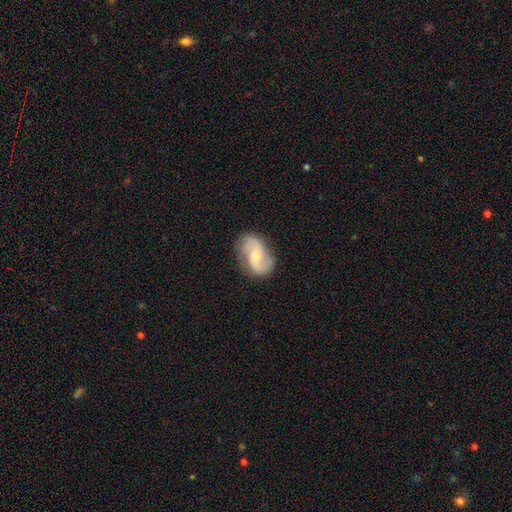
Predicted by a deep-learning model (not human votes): smooth-or-featured: featured or disk: 81% | smooth: 14% | star or artifact: 6%
  disk-edge-on: no: 97% | yes: 3%
    bar: no: 51% | weak: 39% | strong: 10%
    has-spiral-arms: yes: 96% | no: 4%
      spiral-winding: loose: 43% | medium: 42% | tight: 15%
      spiral-arm-count: 2: 90% | can't tell: 4% | 3: 2% | 1: 2% | 4: 1% | more than 4: 1%
    bulge-size: small: 55% | moderate: 40% | none: 2% | large: 2% | dominant: 1%
  merging: none: 79% | minor disturbance: 15% | major disturbance: 5% | merger: 1%